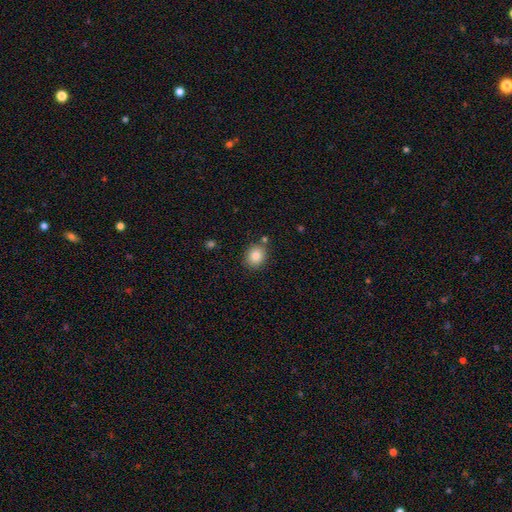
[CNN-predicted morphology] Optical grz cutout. It shows a smooth galaxy with no disk features (85%) that is round (69%). Merging: none (81%).